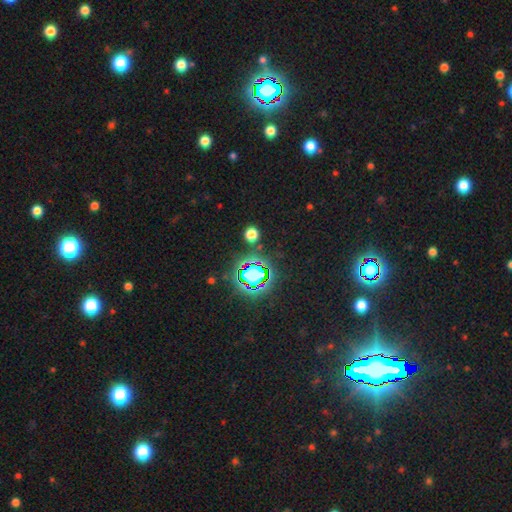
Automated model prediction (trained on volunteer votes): Smooth or featured?
  - star or artifact: 82% *
  - smooth: 11%
  - featured or disk: 8%